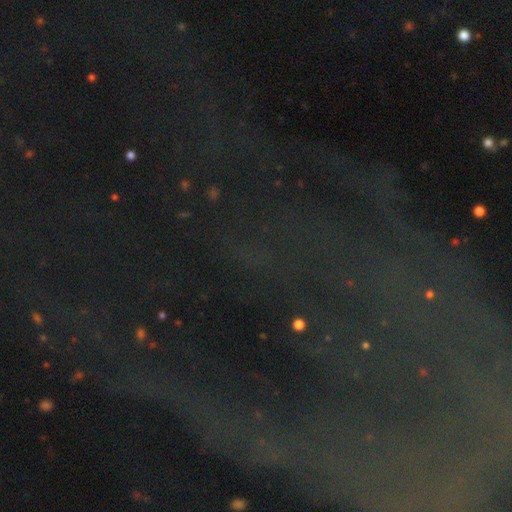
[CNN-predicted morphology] Smooth or featured?
  - star or artifact: 80% *
  - featured or disk: 11%
  - smooth: 9%